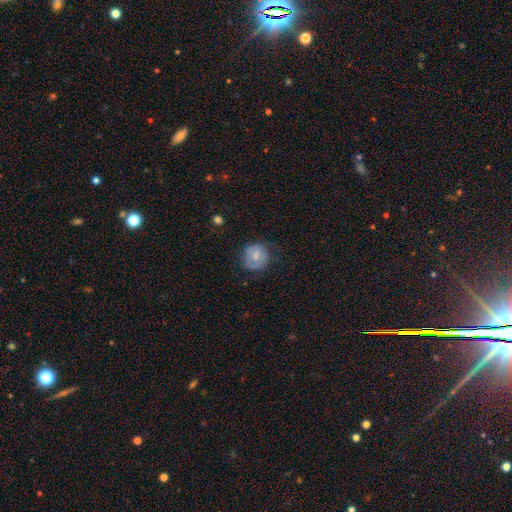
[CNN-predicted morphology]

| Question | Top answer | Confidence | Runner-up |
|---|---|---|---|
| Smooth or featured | smooth | 61% | featured or disk (32%) |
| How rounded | round | 82% | in between (17%) |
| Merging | none | 65% | minor disturbance (25%) |